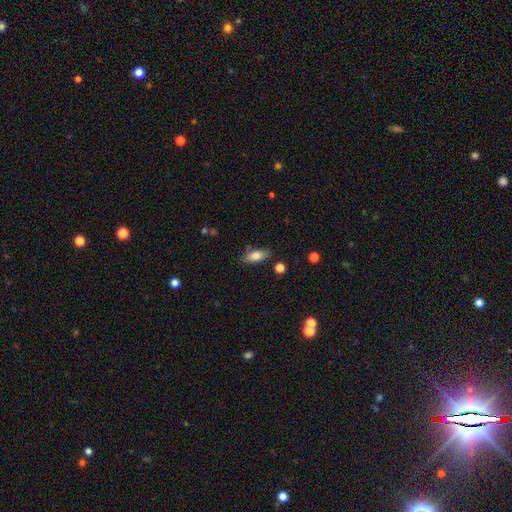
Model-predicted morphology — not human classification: A smooth galaxy with no disk features (78%) that is in between round and cigar-shaped (80%). Merging: none (80%).